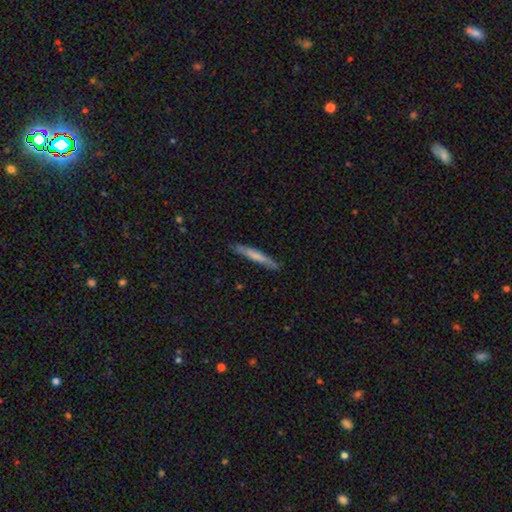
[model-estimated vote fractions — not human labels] Q: Smooth or featured?
A: smooth (63%); runner-up: featured or disk (31%)
Q: How rounded?
A: cigar-shaped (94%); runner-up: in between (4%)
Q: Merging?
A: none (81%); runner-up: minor disturbance (14%)